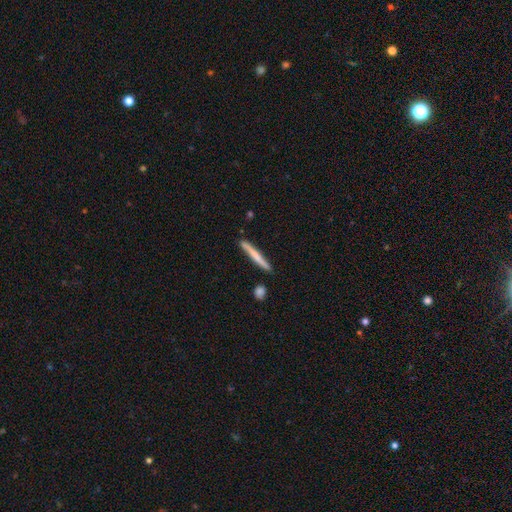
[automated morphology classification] type=smooth (61%); roundness=cigar-shaped (96%); merging=none (84%).